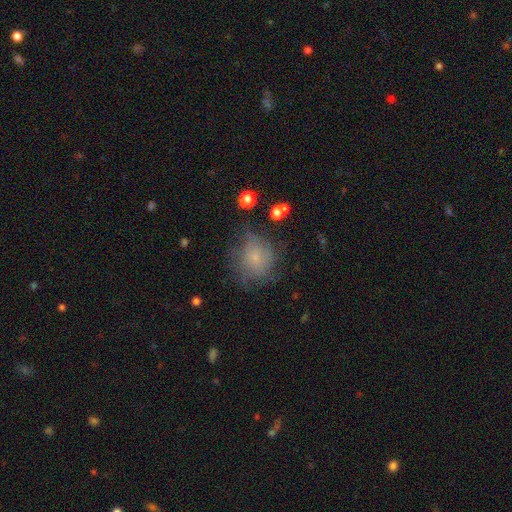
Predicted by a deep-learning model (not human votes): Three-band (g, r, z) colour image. It shows a smooth galaxy with no disk features (56%) that is round (82%). Merging: none (59%).